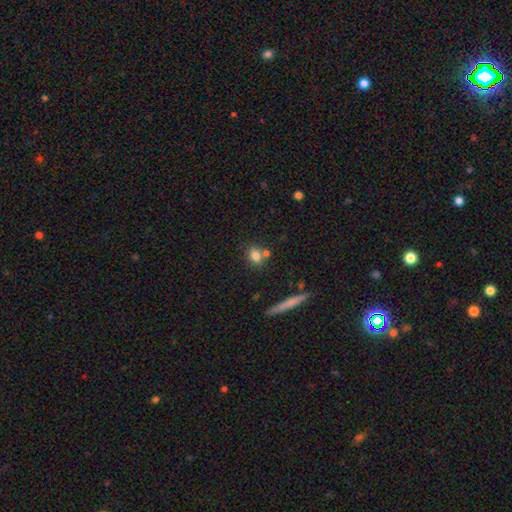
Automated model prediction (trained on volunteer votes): This is likely a smooth galaxy (77%). How rounded: possibly in between (54%). Merging: likely none (63%).